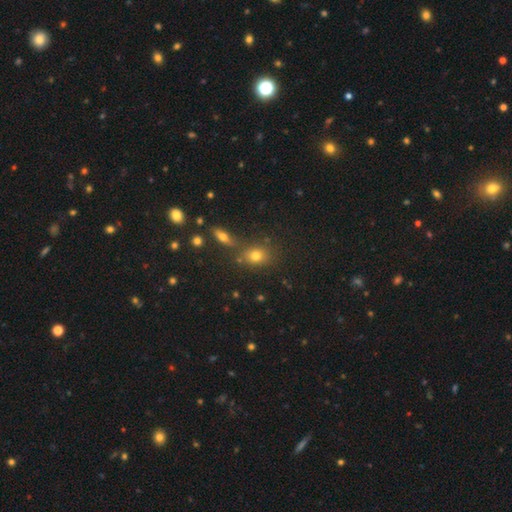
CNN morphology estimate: Smooth or featured?
  - smooth: 68% *
  - star or artifact: 20%
  - featured or disk: 12%
How rounded?
  - round: 50% *
  - in between: 47%
  - cigar-shaped: 3%
Merging?
  - none: 68% *
  - merger: 17%
  - minor disturbance: 11%
  - major disturbance: 4%